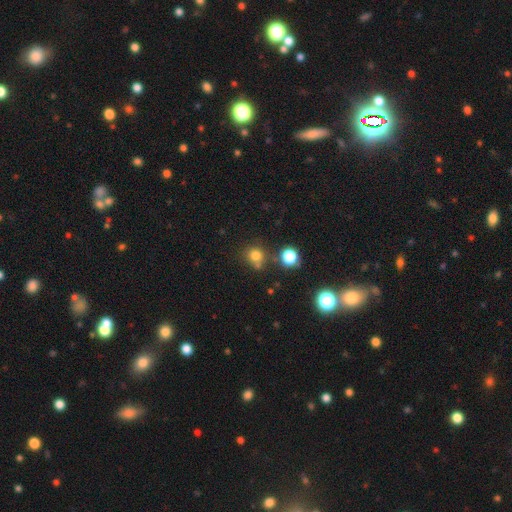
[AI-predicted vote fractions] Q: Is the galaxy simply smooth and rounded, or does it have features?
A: smooth — 76%.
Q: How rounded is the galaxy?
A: round — 87%.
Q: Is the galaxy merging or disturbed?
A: none — 67%.